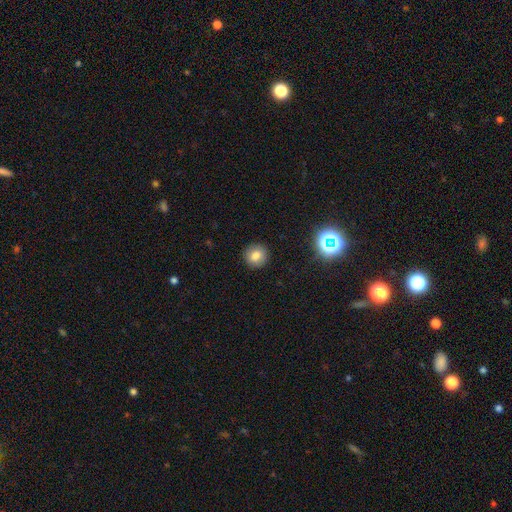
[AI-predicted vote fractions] smooth-or-featured: smooth: 78% | star or artifact: 14% | featured or disk: 8%
  how-rounded: round: 88% | in between: 11% | cigar-shaped: 1%
  merging: none: 90% | minor disturbance: 6% | major disturbance: 2% | merger: 1%